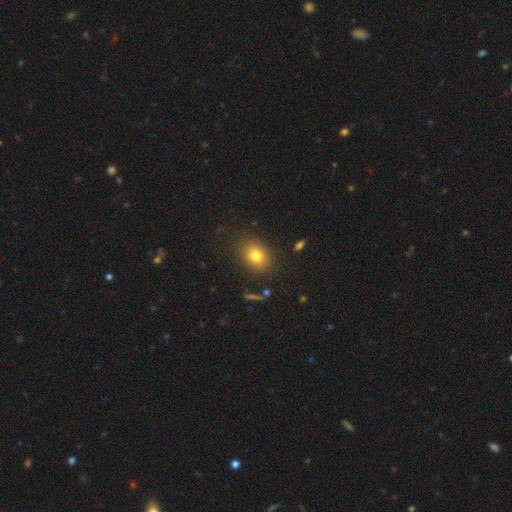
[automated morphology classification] Smooth or featured? Predicted: smooth (p=0.79). How rounded? Predicted: in between (p=0.57). Merging? Predicted: none (p=0.84).